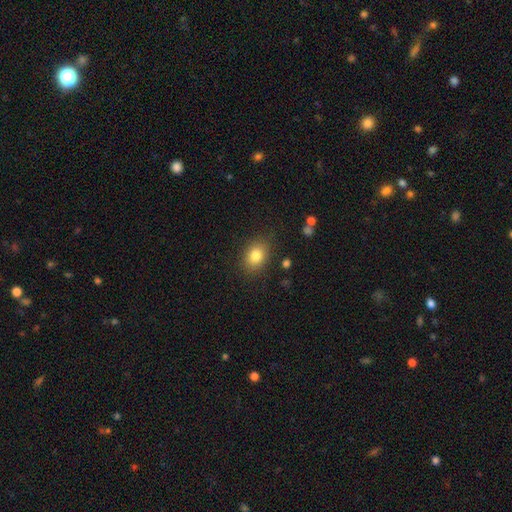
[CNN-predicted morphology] Overall: smooth (82%). How rounded: in between (62%; round 37%). Merging: none (85%).